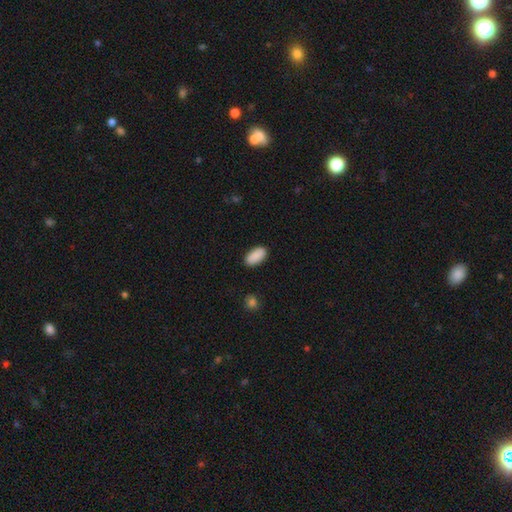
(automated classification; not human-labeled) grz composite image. It shows a smooth galaxy with no disk features (91%) that is in between round and cigar-shaped (93%). Merging: none (89%).